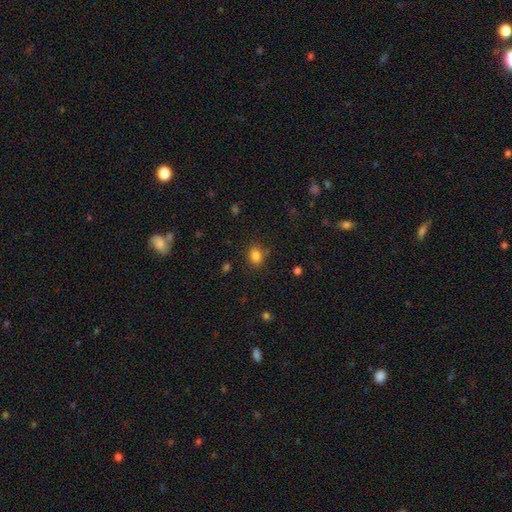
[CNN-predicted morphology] Smooth or featured? smooth (83%)
How rounded? round (53%)
Merging? none (79%)